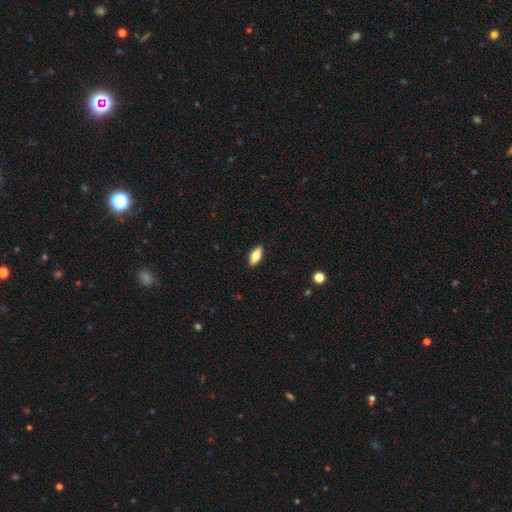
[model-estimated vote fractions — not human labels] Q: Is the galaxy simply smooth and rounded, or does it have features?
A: smooth — 70%.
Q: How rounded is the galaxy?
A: in between — 78%.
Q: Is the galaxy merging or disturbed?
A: none — 90%.